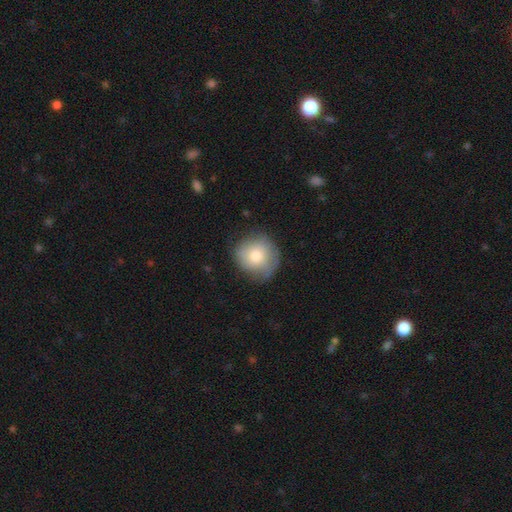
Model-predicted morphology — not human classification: type=smooth (74%); roundness=round (89%); merging=none (69%).